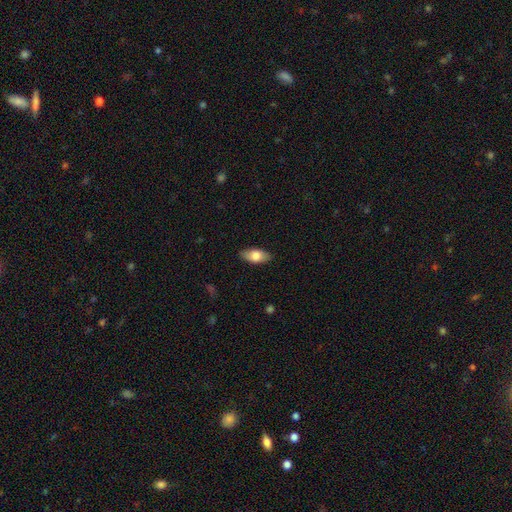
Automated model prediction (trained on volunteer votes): This appears to be a smooth galaxy with no disk features (74%) that is in between round and cigar-shaped (89%). Merging: none (86%).